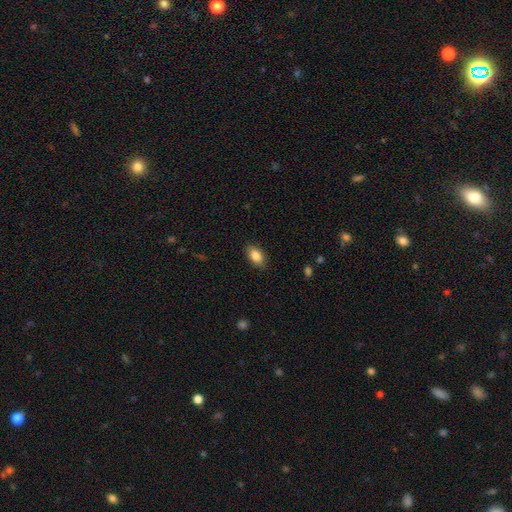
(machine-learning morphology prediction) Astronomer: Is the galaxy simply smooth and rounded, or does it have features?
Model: smooth — 85%.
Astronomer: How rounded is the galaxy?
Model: in between — 90%.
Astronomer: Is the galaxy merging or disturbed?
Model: none — 87%.